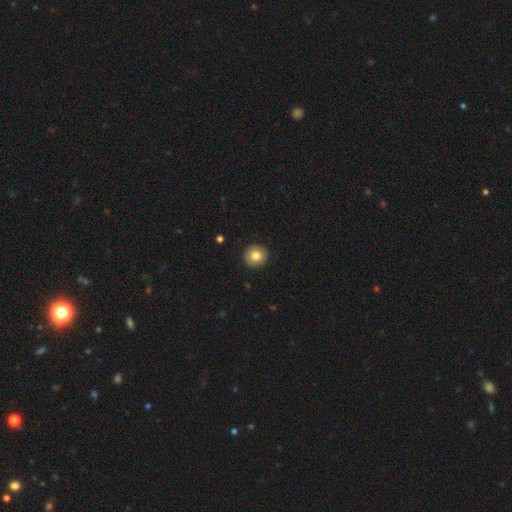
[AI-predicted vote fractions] A smooth galaxy with no disk features (83%) that is round (93%).

Vote fractions:
- Smooth or featured? smooth: 83% / star or artifact: 9% / featured or disk: 8%
- How rounded? round: 93% / in between: 6% / cigar-shaped: 1%
- Merging? none: 92% / minor disturbance: 6% / major disturbance: 2% / merger: 1%